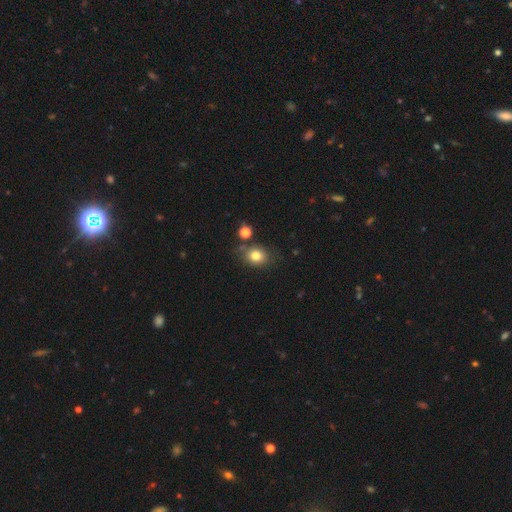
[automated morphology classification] A smooth galaxy with no disk features (80%) that is round (57%).

Vote fractions:
- Smooth or featured? smooth: 80% / star or artifact: 12% / featured or disk: 8%
- How rounded? round: 57% / in between: 42% / cigar-shaped: 1%
- Merging? none: 72% / minor disturbance: 14% / merger: 10% / major disturbance: 4%